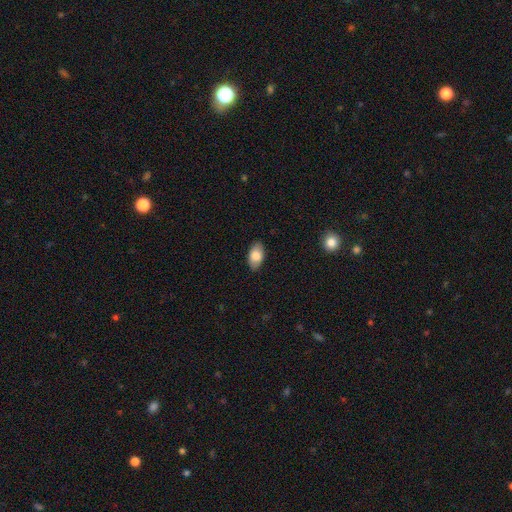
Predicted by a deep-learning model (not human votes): Smooth or featured? Predicted: smooth (p=0.82). How rounded? Predicted: in between (p=0.94). Merging? Predicted: none (p=0.86).